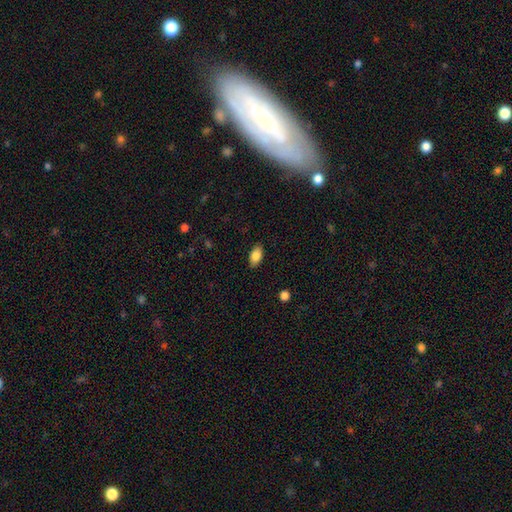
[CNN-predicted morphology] smooth 85%, star or artifact 8%, featured or disk 7%. Down the decision tree: how rounded — in between (92%); merging — none (87%).